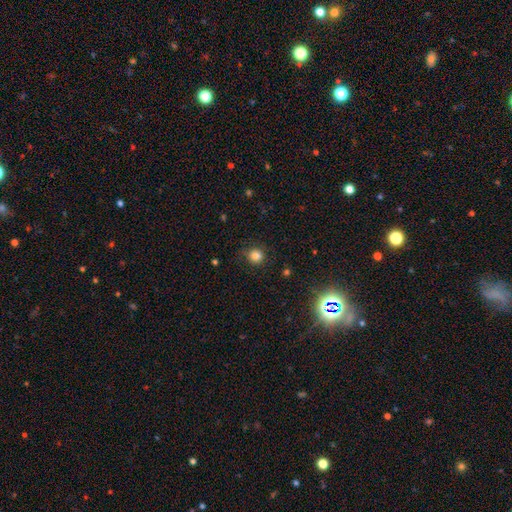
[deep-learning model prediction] smooth 82%, star or artifact 13%, featured or disk 4%. Down the decision tree: how rounded — round (91%); merging — none (84%).